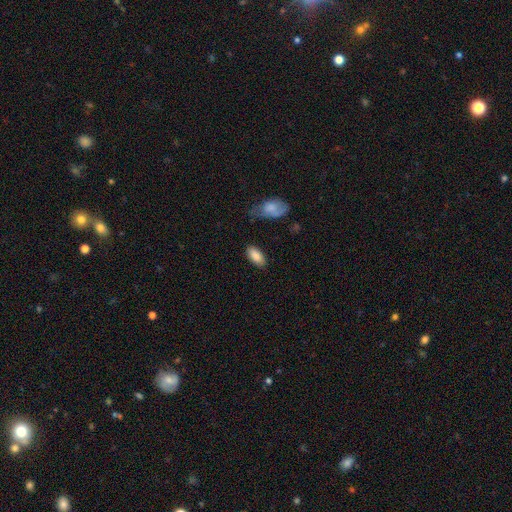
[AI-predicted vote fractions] Smooth or featured?
  - smooth: 87% *
  - featured or disk: 7%
  - star or artifact: 6%
How rounded?
  - in between: 92% *
  - cigar-shaped: 6%
  - round: 2%
Merging?
  - none: 81% *
  - minor disturbance: 13%
  - major disturbance: 3%
  - merger: 2%